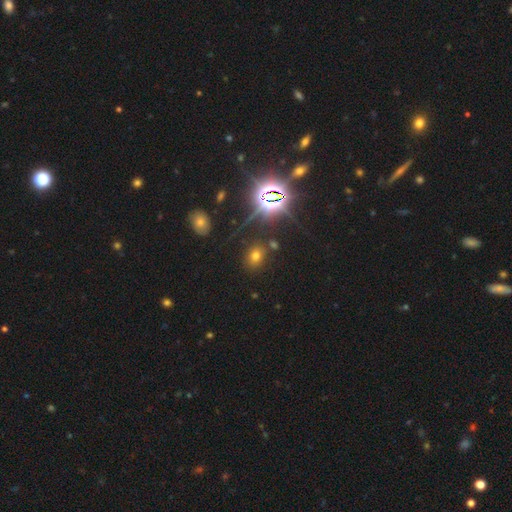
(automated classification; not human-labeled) Smooth or featured? Predicted: smooth (p=0.57). How rounded? Predicted: in between (p=0.56). Merging? Predicted: none (p=0.83).